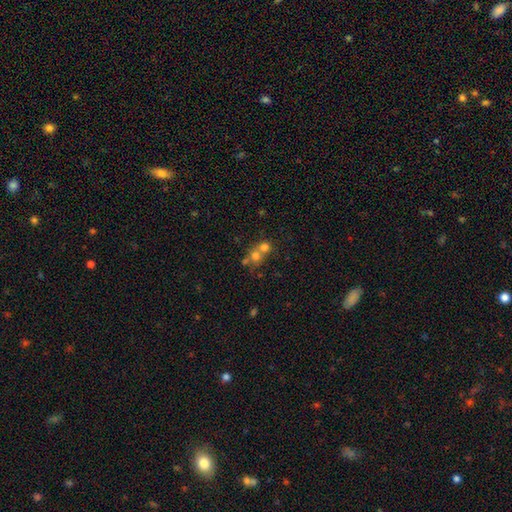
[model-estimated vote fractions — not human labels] A smooth galaxy with no disk features (68%) that is round (82%).

Vote fractions:
- Smooth or featured? smooth: 68% / featured or disk: 18% / star or artifact: 15%
- How rounded? round: 82% / in between: 17% / cigar-shaped: 1%
- Merging? merger: 59% / none: 33% / minor disturbance: 5% / major disturbance: 3%